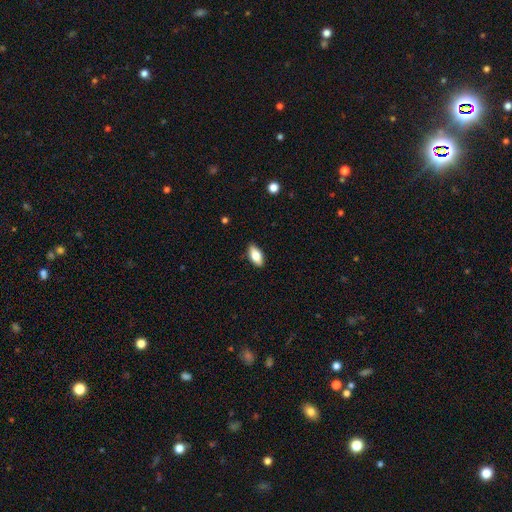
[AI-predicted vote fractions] The model was most divided on "smooth or featured": smooth: 76%, featured or disk: 17%, star or artifact: 7%. More confident: how rounded — in between (88%); merging — none (87%).